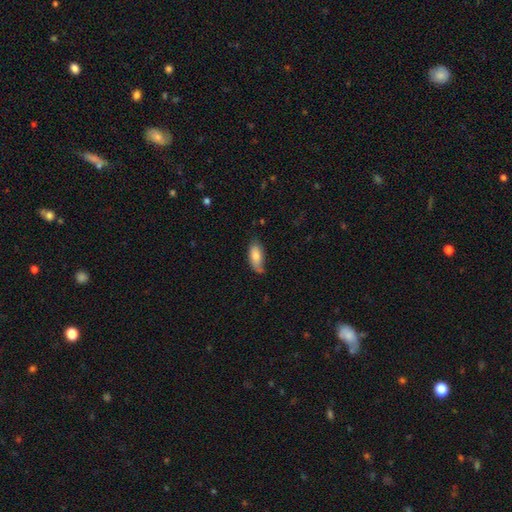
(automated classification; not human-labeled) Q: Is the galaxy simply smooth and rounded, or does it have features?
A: smooth — 80%.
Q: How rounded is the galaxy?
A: in between — 87%.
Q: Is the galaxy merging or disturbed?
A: none — 62%.